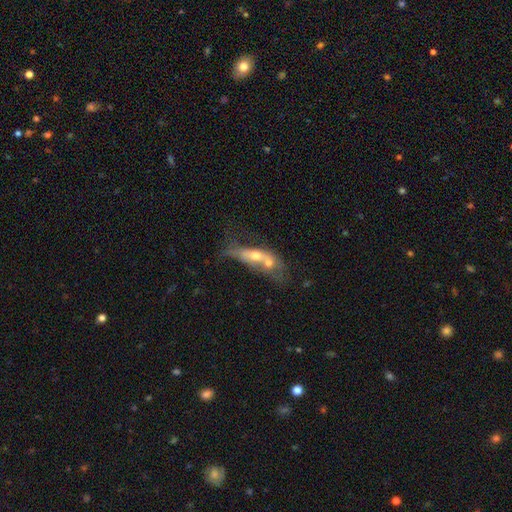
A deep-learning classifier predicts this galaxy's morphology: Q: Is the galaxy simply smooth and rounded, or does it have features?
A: featured or disk — 48%.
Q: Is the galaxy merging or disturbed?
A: merger — 64%.